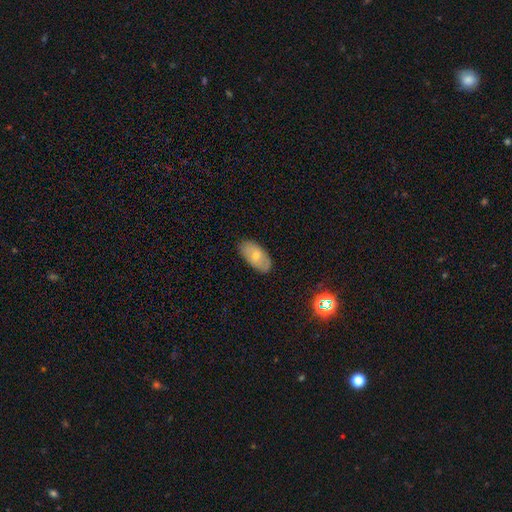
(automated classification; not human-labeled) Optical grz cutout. It shows a smooth galaxy with no disk features (68%) that is in between round and cigar-shaped (93%). Merging: none (84%).